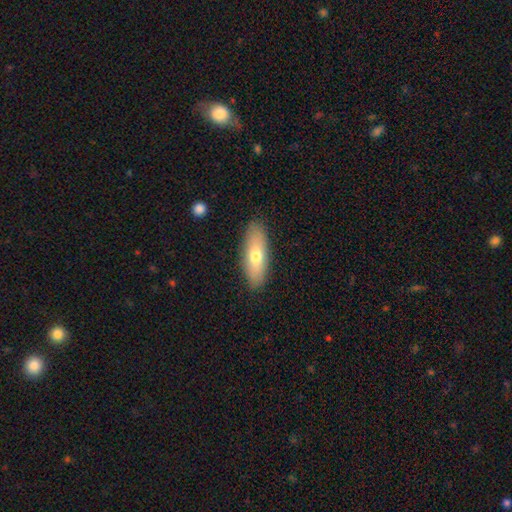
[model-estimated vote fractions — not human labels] Morphology: type=smooth (66%); roundness=in between (59%); merging=none (89%).